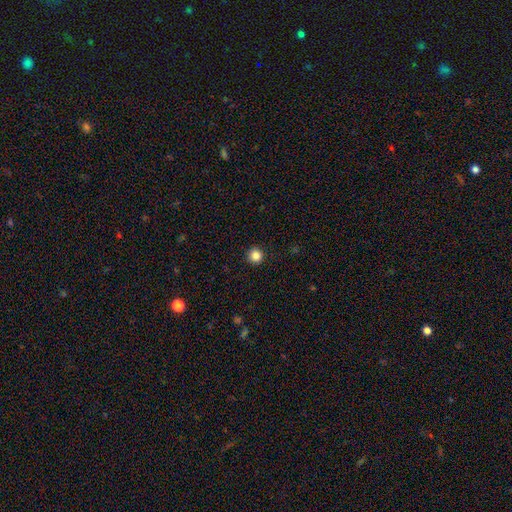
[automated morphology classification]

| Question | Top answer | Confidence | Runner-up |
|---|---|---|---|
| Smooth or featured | smooth | 85% | star or artifact (11%) |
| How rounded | round | 94% | in between (5%) |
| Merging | none | 93% | minor disturbance (5%) |